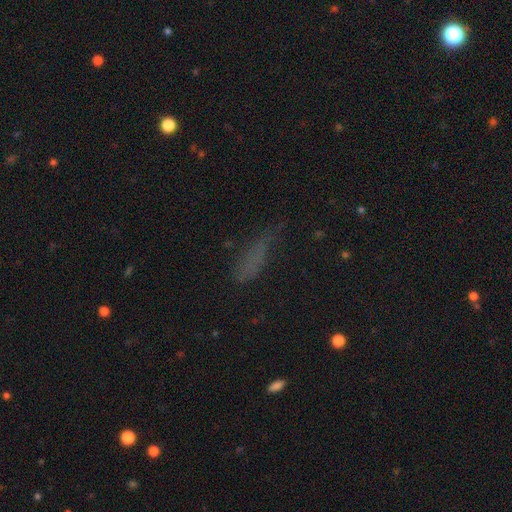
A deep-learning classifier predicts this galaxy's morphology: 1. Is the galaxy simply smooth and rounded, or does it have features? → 52% smooth, 28% star or artifact, 20% featured or disk.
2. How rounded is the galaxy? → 59% cigar-shaped, 36% in between, 5% round.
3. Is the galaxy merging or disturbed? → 61% none, 22% minor disturbance, 14% major disturbance, 3% merger.